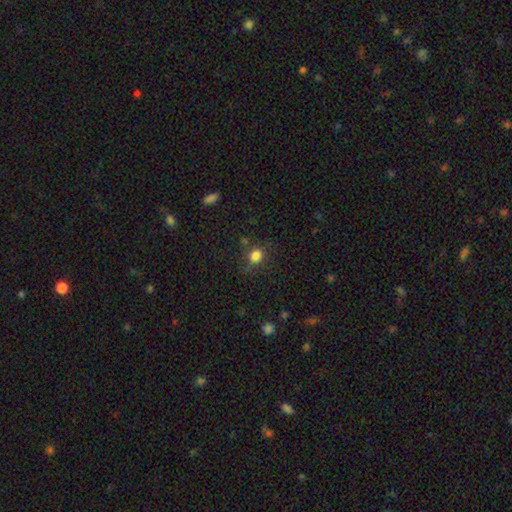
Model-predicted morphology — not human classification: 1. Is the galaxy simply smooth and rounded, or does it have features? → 82% smooth, 13% star or artifact, 5% featured or disk.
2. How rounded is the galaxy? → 72% round, 27% in between, 1% cigar-shaped.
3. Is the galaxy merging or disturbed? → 76% none, 15% minor disturbance, 6% major disturbance, 4% merger.